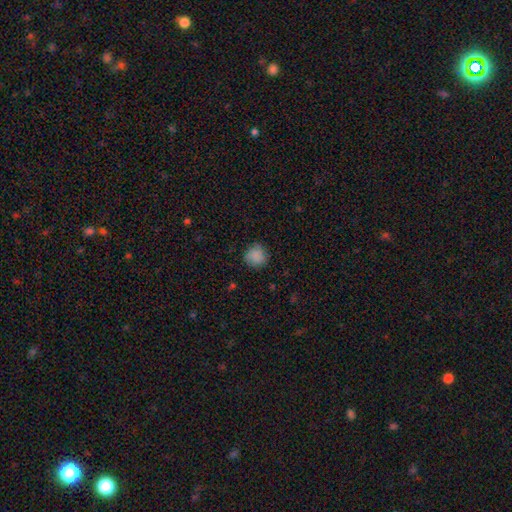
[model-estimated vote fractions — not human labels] smooth_or_featured: smooth (p=0.84) [alt: star or artifact p=0.09]
how_rounded: round (p=0.88) [alt: in between p=0.11]
merging: none (p=0.79) [alt: minor disturbance p=0.16]